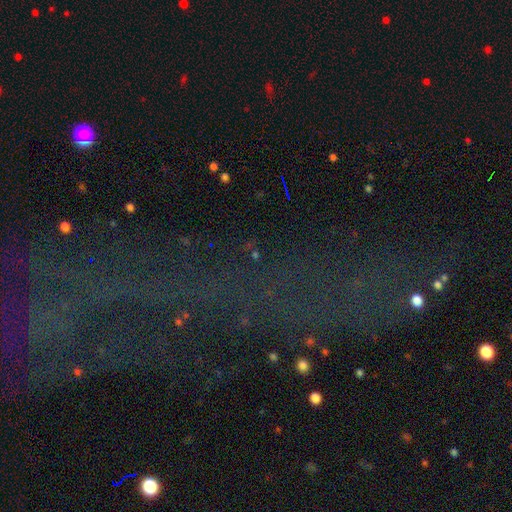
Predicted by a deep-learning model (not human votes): The model was most divided on "smooth or featured": star or artifact: 72%, smooth: 18%, featured or disk: 10%.